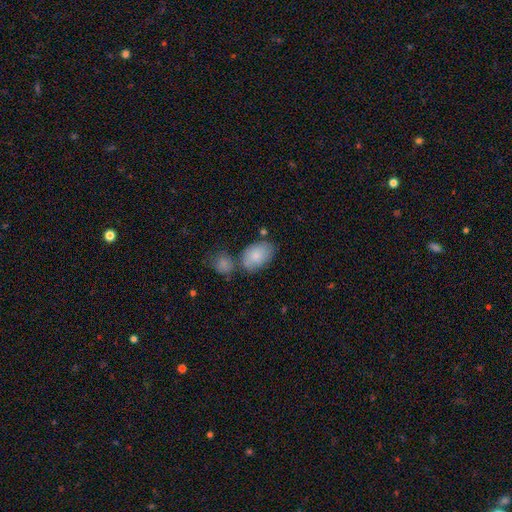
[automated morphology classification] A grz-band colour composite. It shows a smooth galaxy with no disk features (82%) that is in between round and cigar-shaped (88%). Merging: none (53%).